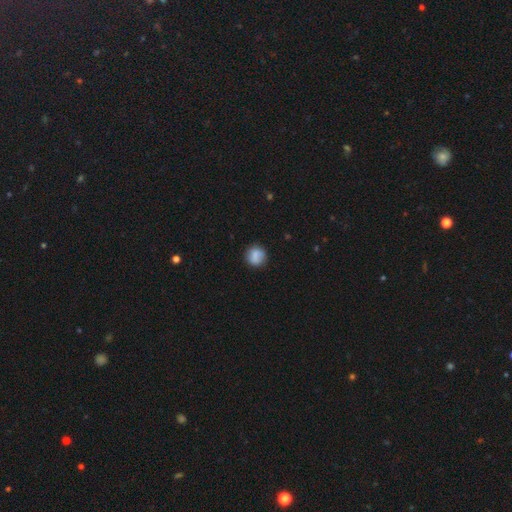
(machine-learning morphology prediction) Overall: smooth (82%). How rounded: round (86%). Merging: none (79%).